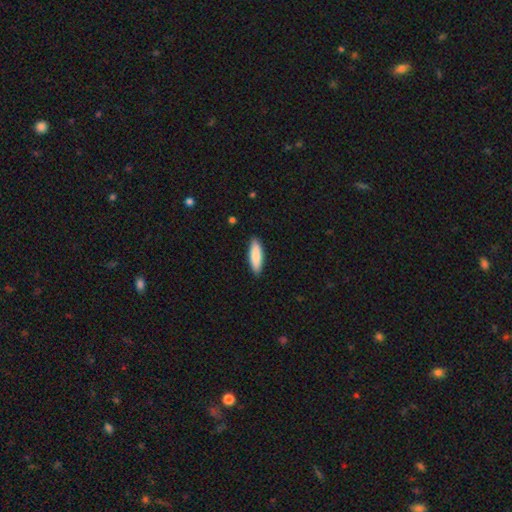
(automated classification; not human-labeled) Smooth or featured?
  - smooth: 87% *
  - featured or disk: 8%
  - star or artifact: 5%
How rounded?
  - cigar-shaped: 51% *
  - in between: 48%
  - round: 1%
Merging?
  - none: 88% *
  - minor disturbance: 9%
  - major disturbance: 2%
  - merger: 1%